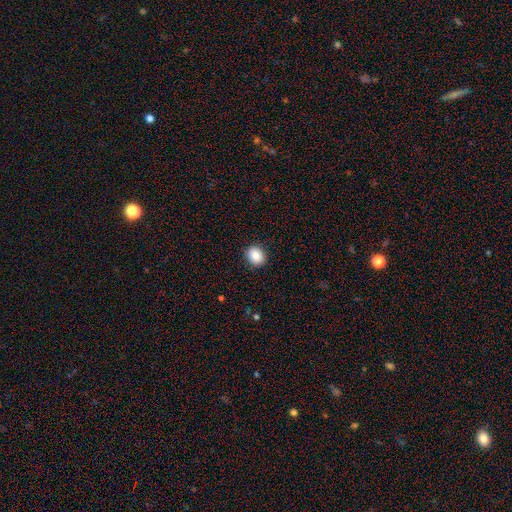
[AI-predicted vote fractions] Morphology: type=smooth (85%); roundness=round (61%); merging=none (90%).